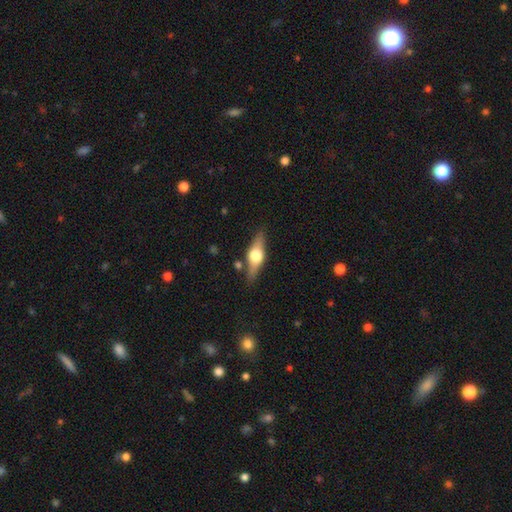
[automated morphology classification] Overall: featured or disk (61%; smooth 33%). Edge-on disk: yes (93%). Edge-on bulge: rounded (95%). Merging: none (82%).